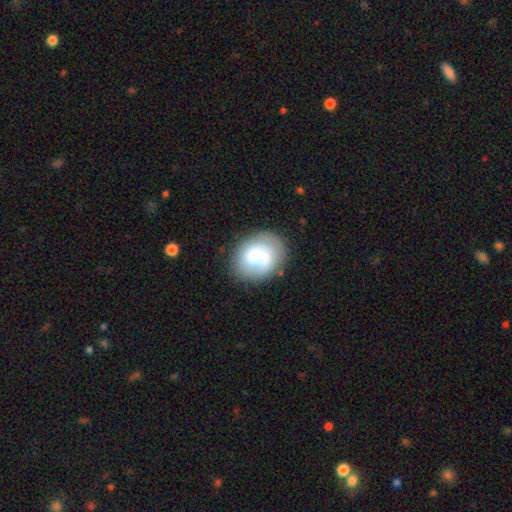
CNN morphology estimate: A featured or disk galaxy (46%, tied with smooth). Merging: none (71%).